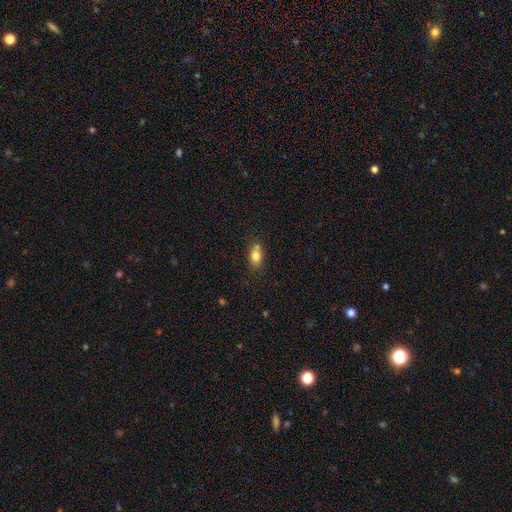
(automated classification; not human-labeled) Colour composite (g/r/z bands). It shows a smooth galaxy with no disk features (79%) that is in between round and cigar-shaped (76%). Merging: none (60%).